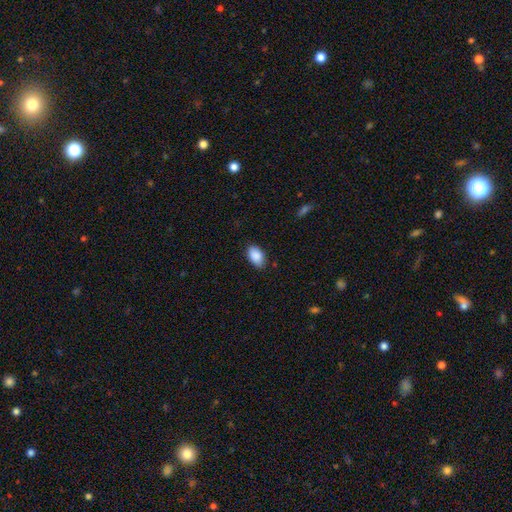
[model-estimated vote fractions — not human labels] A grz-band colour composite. It shows a smooth galaxy with no disk features (90%) that is in between round and cigar-shaped (93%). Merging: none (81%).